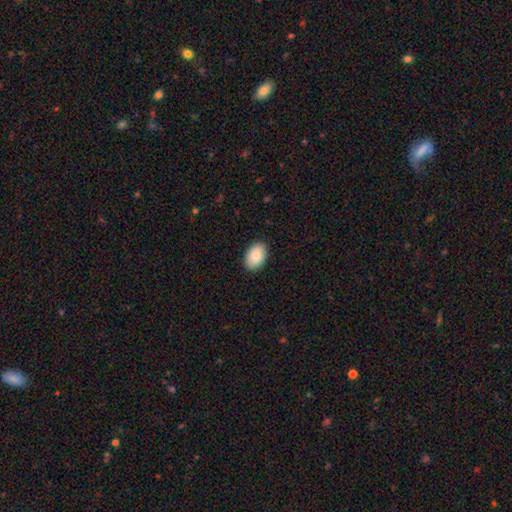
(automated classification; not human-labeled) A smooth galaxy with no disk features (88%) that is in between round and cigar-shaped (90%). Merging: none (89%).